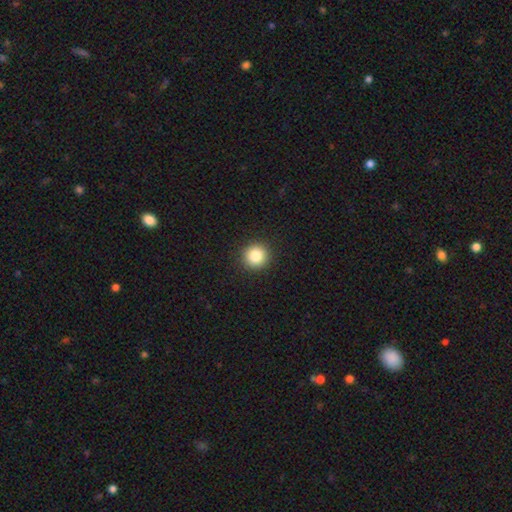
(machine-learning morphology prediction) Smooth or featured: smooth — 83% (star or artifact — 10%)
How rounded: round — 94% (in between — 5%)
Merging: none — 93% (minor disturbance — 5%)